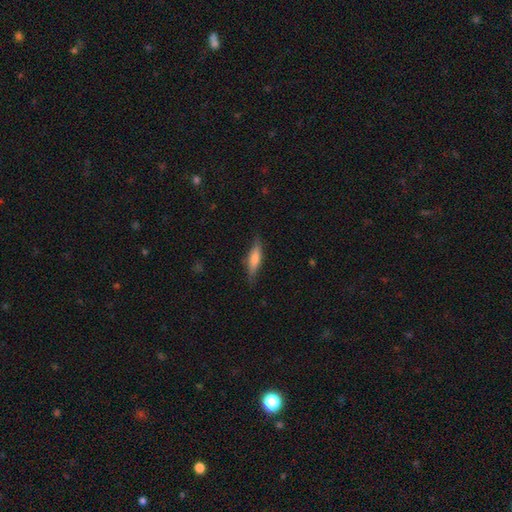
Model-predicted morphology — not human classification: smooth_or_featured: smooth (p=0.56) [alt: featured or disk p=0.38]
how_rounded: cigar-shaped (p=0.74) [alt: in between p=0.24]
merging: none (p=0.83) [alt: minor disturbance p=0.13]